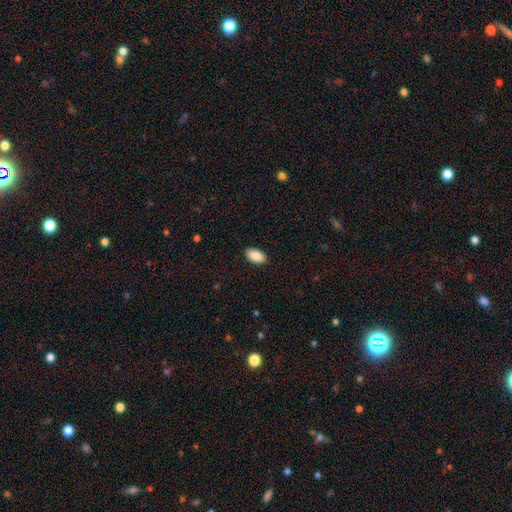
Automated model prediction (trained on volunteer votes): This appears to be a smooth galaxy with no disk features (90%) that is in between round and cigar-shaped (95%). Merging: none (90%).